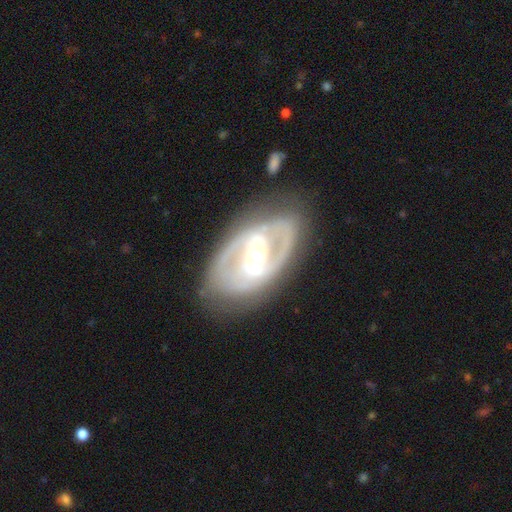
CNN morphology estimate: Q: Smooth or featured?
A: featured or disk (85%); runner-up: smooth (11%)
Q: Edge-on disk?
A: no (95%); runner-up: yes (5%)
Q: Bar?
A: weak (39%); runner-up: strong (36%)
Q: Spiral arms?
A: yes (83%); runner-up: no (17%)
Q: Spiral winding?
A: tight (45%); runner-up: medium (42%)
Q: Spiral arm count?
A: 2 (77%); runner-up: can't tell (13%)
Q: Bulge size?
A: moderate (68%); runner-up: small (22%)
Q: Merging?
A: none (77%); runner-up: minor disturbance (15%)